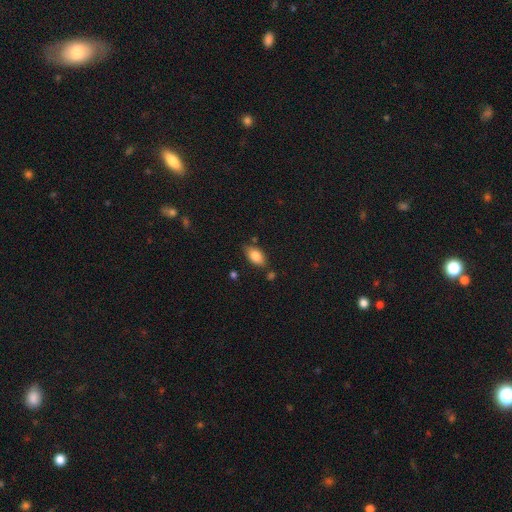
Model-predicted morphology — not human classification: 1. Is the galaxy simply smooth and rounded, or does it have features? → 82% smooth, 10% featured or disk, 7% star or artifact.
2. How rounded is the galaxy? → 92% in between, 4% cigar-shaped, 4% round.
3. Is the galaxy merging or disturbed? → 77% none, 15% minor disturbance, 5% merger, 3% major disturbance.